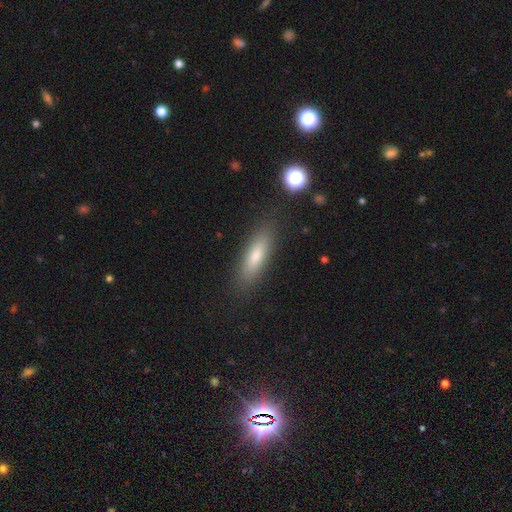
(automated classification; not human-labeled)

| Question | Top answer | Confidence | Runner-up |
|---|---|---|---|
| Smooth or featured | smooth | 70% | featured or disk (21%) |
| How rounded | cigar-shaped | 61% | in between (37%) |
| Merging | none | 85% | minor disturbance (10%) |